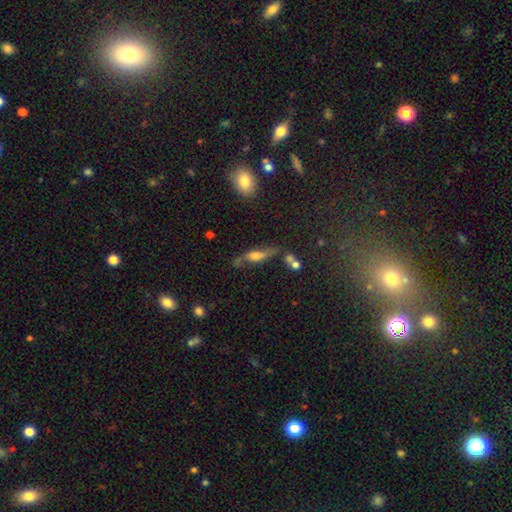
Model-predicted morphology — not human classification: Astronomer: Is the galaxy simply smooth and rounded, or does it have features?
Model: featured or disk — 53% (runner-up: smooth, 37%).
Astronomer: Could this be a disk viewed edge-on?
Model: yes — 56% (runner-up: no, 44%).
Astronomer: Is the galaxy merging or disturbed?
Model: none — 52%.